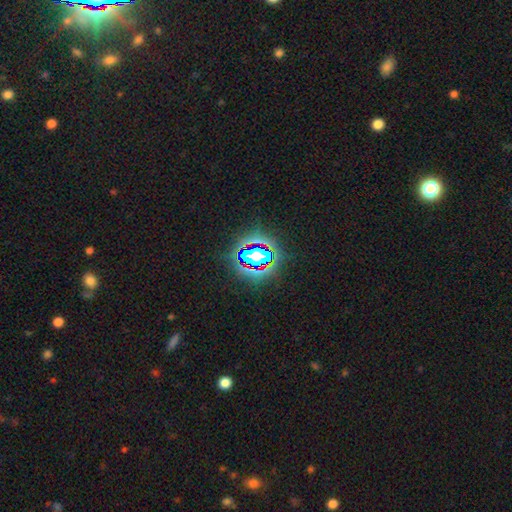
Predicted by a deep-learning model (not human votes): Q: Smooth or featured?
A: star or artifact (70%); runner-up: smooth (17%)